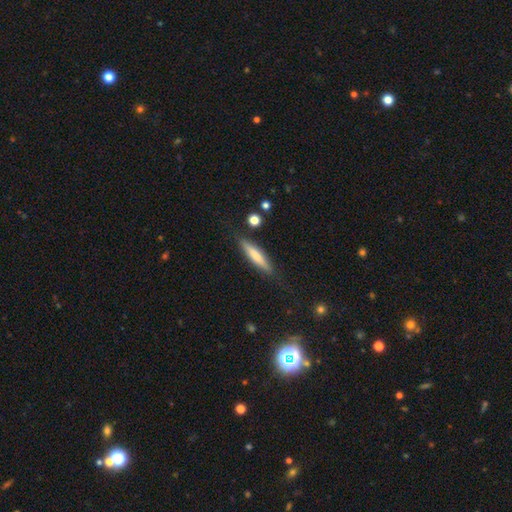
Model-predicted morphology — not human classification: Smooth or featured?
  - smooth: 66% *
  - featured or disk: 28%
  - star or artifact: 6%
How rounded?
  - cigar-shaped: 84% *
  - in between: 15%
  - round: 2%
Merging?
  - none: 84% *
  - minor disturbance: 12%
  - major disturbance: 3%
  - merger: 2%